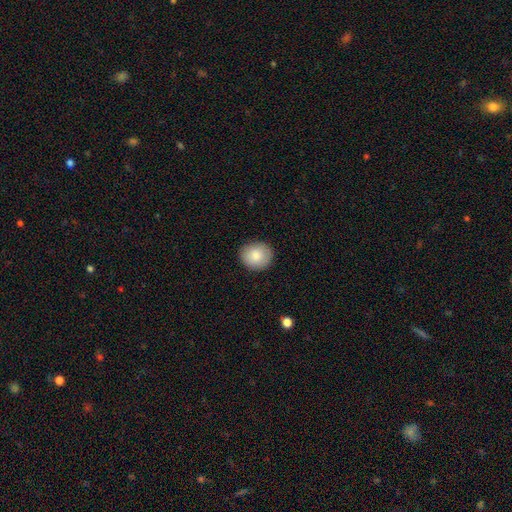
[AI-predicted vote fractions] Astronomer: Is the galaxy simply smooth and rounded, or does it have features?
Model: smooth — 84%.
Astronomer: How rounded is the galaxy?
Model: round — 78%.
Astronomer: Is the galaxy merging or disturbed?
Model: none — 89%.